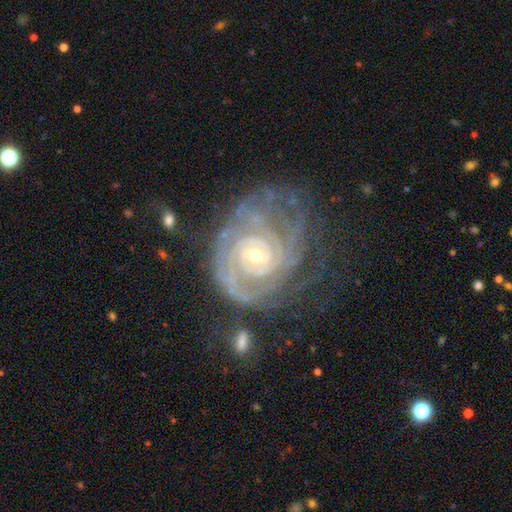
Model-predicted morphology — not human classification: Smooth or featured? featured or disk (87%)
Edge-on disk? no (97%)
Bar? no (64%)
Spiral arms? yes (95%)
Spiral winding? tight (77%)
Spiral arm count? can't tell (38%)
Bulge size? small (67%)
Merging? none (54%)